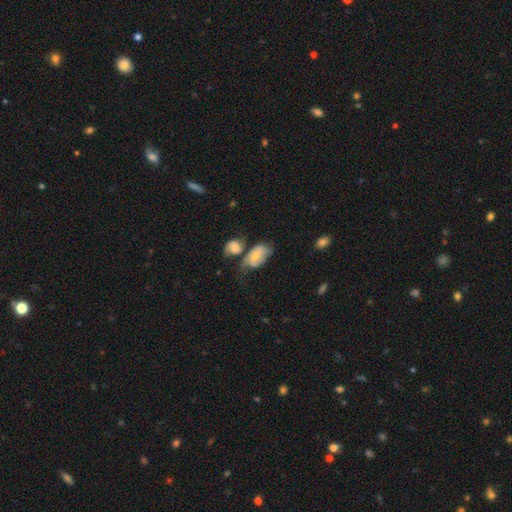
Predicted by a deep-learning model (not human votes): Smooth or featured? Predicted: smooth (p=0.49). Merging? Predicted: none (p=0.30).